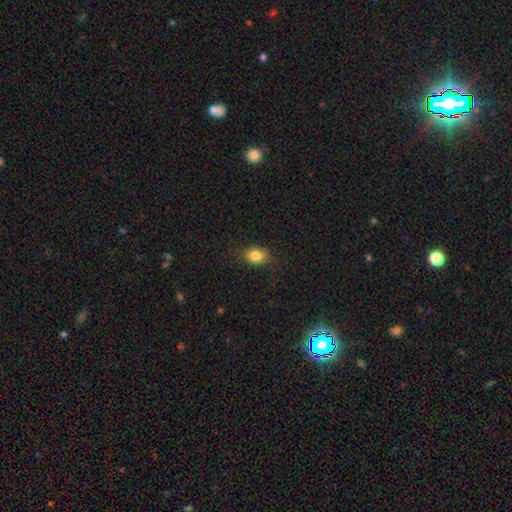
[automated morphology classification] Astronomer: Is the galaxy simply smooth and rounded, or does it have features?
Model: smooth — 83%.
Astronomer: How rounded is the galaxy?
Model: in between — 68%.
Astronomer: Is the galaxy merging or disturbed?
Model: none — 81%.